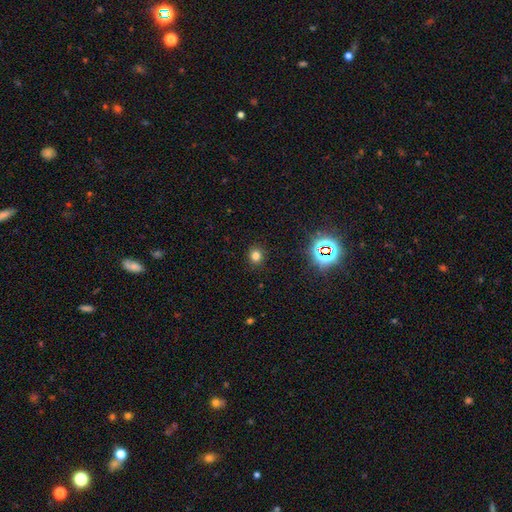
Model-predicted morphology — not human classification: Smooth or featured?
  - smooth: 75% *
  - star or artifact: 19%
  - featured or disk: 5%
How rounded?
  - round: 84% *
  - in between: 16%
  - cigar-shaped: 1%
Merging?
  - none: 90% *
  - minor disturbance: 6%
  - major disturbance: 2%
  - merger: 1%